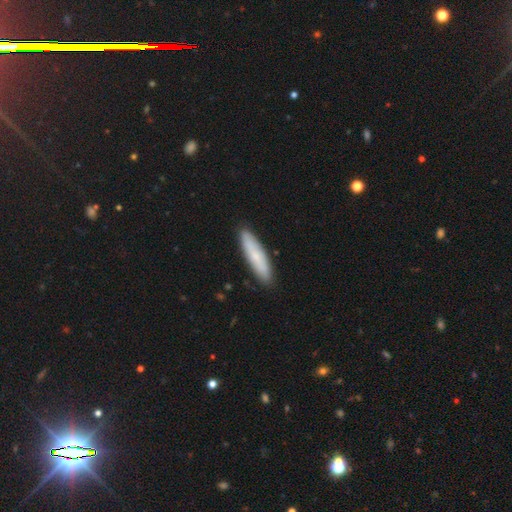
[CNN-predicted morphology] Overall: smooth (67%). How rounded: cigar-shaped (77%). Merging: none (88%).